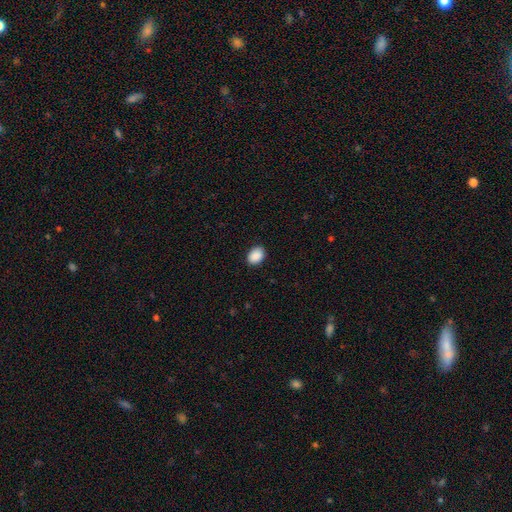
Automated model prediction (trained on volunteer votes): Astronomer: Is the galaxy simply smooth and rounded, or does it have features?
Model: smooth — 91%.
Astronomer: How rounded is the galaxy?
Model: in between — 71%.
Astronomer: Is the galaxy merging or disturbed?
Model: none — 89%.